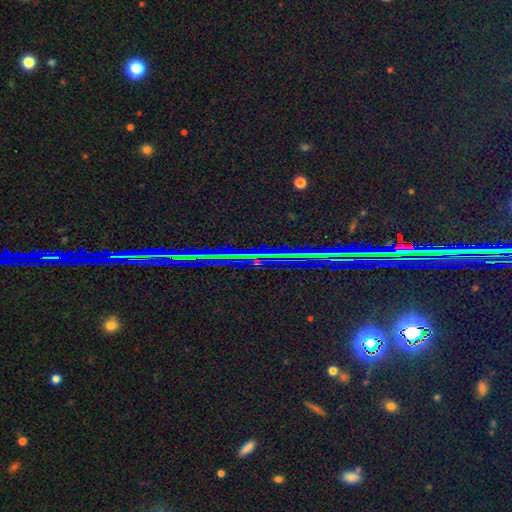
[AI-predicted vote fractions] Smooth or featured? star or artifact (85%)